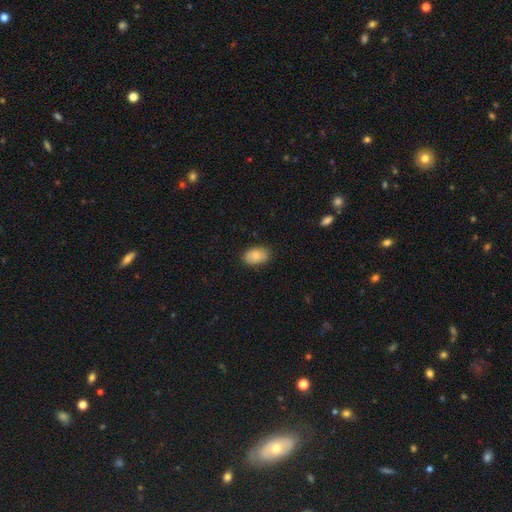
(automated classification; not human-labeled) This is clearly a smooth galaxy (82%). How rounded: clearly in between (90%). Merging: clearly none (82%).